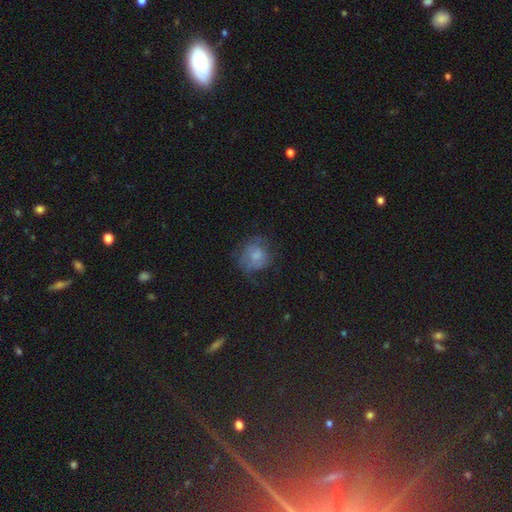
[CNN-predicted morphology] A smooth galaxy with no disk features (64%) that is round (78%).

Vote fractions:
- Smooth or featured? smooth: 64% / featured or disk: 25% / star or artifact: 12%
- How rounded? round: 78% / in between: 21% / cigar-shaped: 1%
- Merging? none: 54% / minor disturbance: 24% / major disturbance: 20% / merger: 2%